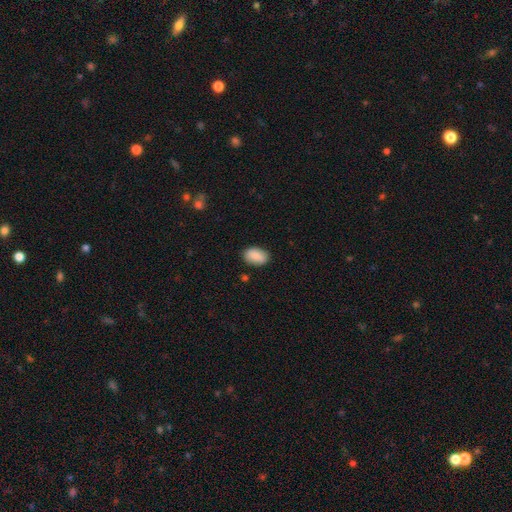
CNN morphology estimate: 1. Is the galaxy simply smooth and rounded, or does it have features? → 88% smooth, 7% star or artifact, 5% featured or disk.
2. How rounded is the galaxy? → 90% in between, 9% round, 1% cigar-shaped.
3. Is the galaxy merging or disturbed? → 86% none, 11% minor disturbance, 2% major disturbance, 1% merger.